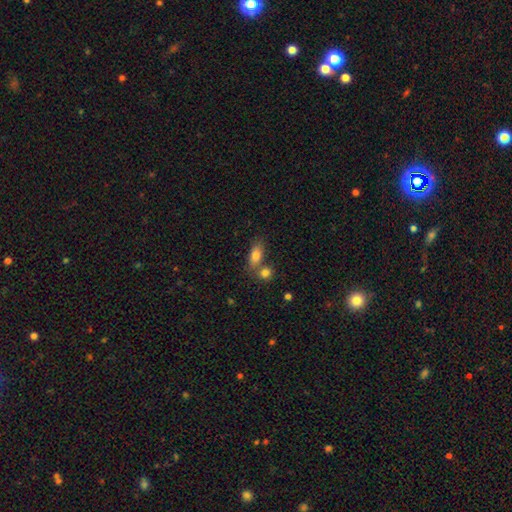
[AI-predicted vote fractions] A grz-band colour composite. It shows a smooth galaxy with no disk features (81%) that is in between round and cigar-shaped (83%). Merging: none (51%).